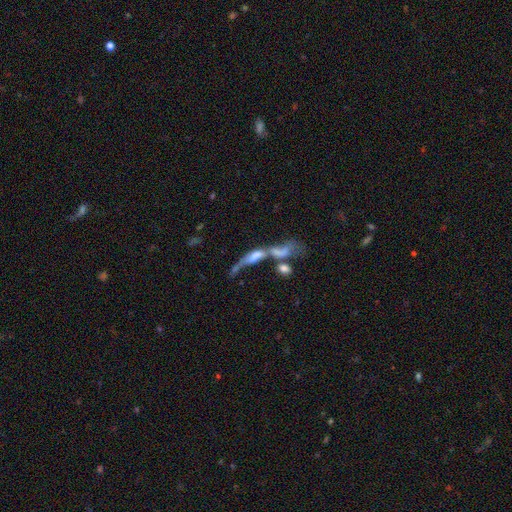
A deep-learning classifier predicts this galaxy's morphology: smooth-or-featured: featured or disk: 54% | smooth: 31% | star or artifact: 15%
  disk-edge-on: no: 69% | yes: 31%
  merging: merger: 64% | major disturbance: 16% | none: 13% | minor disturbance: 7%